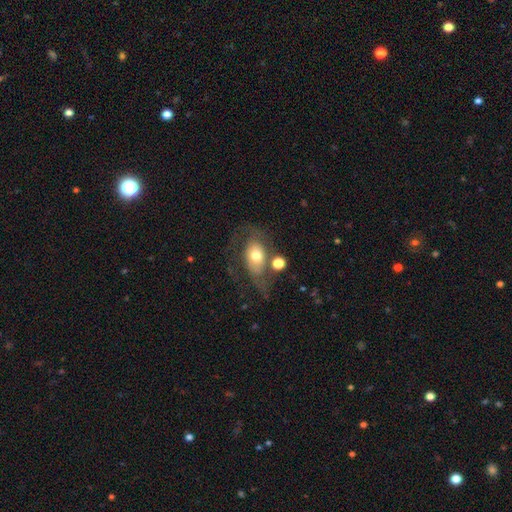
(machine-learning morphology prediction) The model was most divided on "merging": none: 39%, major disturbance: 27%, minor disturbance: 20%, merger: 14%. More confident: how rounded — in between (80%); smooth or featured — smooth (53%).